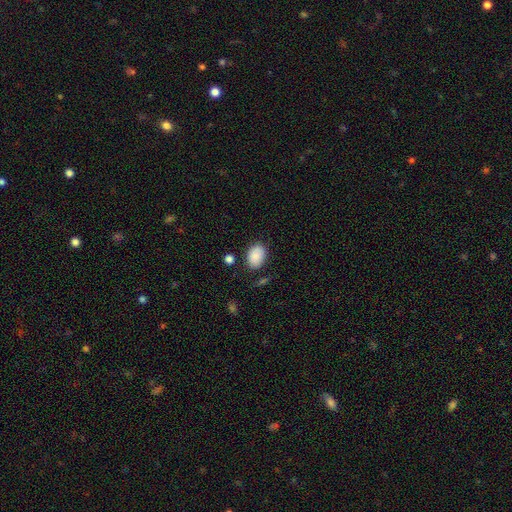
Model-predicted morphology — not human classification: type=smooth (87%); roundness=in between (82%); merging=none (79%).